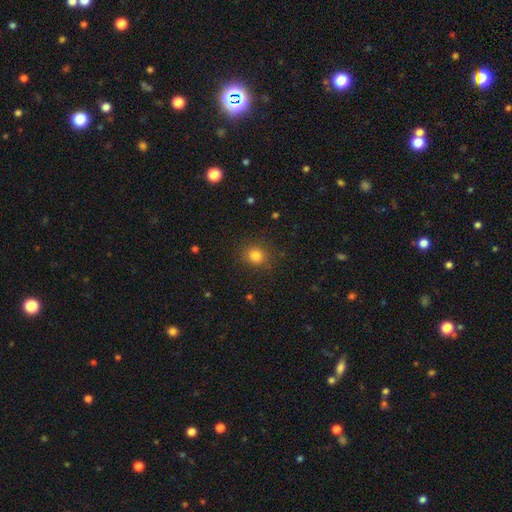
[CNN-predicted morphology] A smooth galaxy with no disk features (82%) that is round (84%). Merging: none (88%).